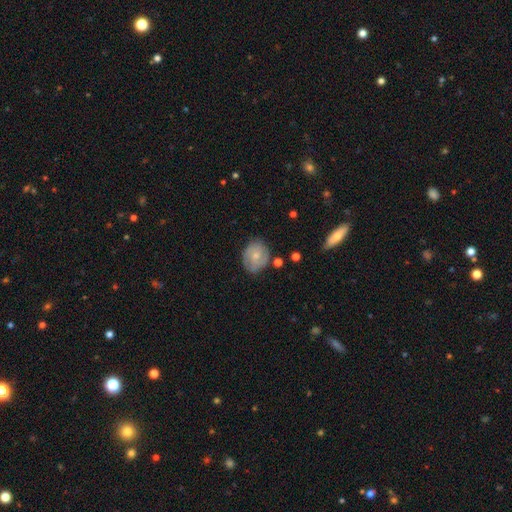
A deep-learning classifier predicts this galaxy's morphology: smooth 52%, featured or disk 41%, star or artifact 7%. Down the decision tree: how rounded — round (65%); merging — none (70%).